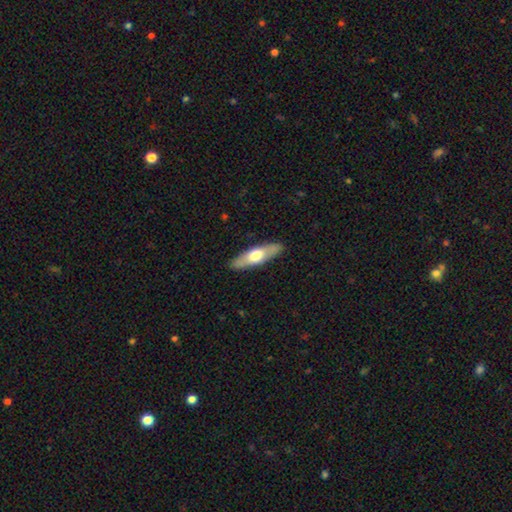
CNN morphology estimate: smooth 53%, featured or disk 42%, star or artifact 5%. Down the decision tree: how rounded — cigar-shaped (60%); merging — none (89%).